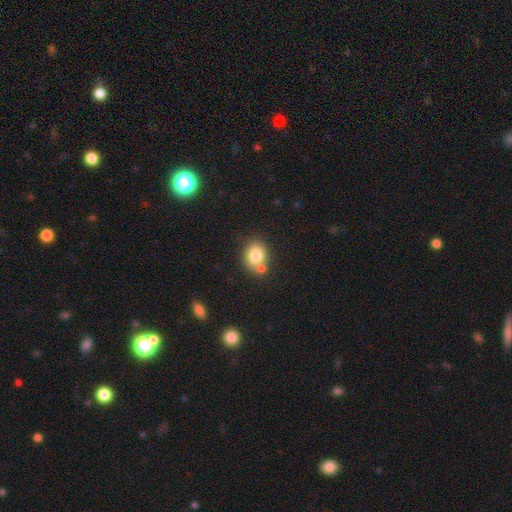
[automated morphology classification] smooth-or-featured: smooth: 80% | featured or disk: 11% | star or artifact: 9%
  how-rounded: round: 63% | in between: 36% | cigar-shaped: 1%
  merging: none: 57% | merger: 28% | minor disturbance: 12% | major disturbance: 3%